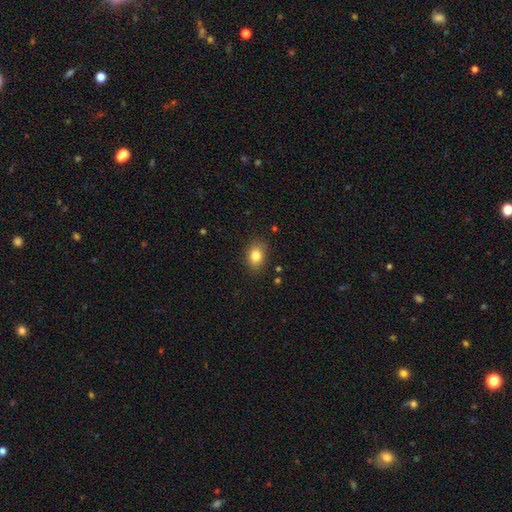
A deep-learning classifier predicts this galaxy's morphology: This is clearly a smooth galaxy (83%). How rounded: likely in between (72%). Merging: clearly none (84%).